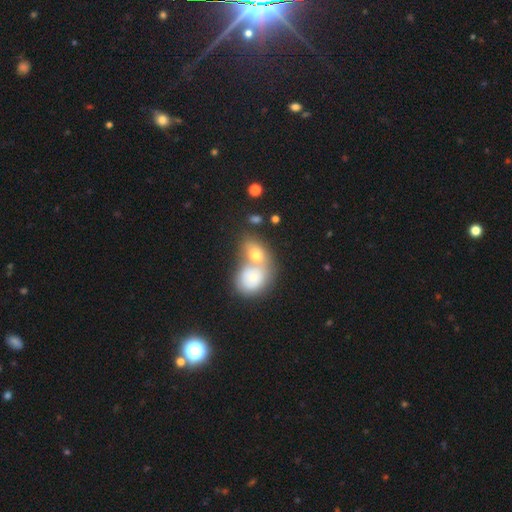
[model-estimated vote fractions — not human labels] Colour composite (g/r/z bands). It shows a smooth galaxy with no disk features (71%) that is in between round and cigar-shaped (62%). Merging: merger (61%).